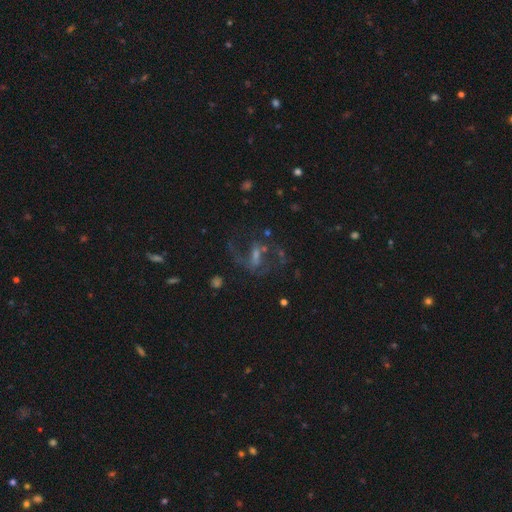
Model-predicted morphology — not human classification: A featured or disk galaxy (74%) with a weak bar (44%), 2 (84%) loose (46%) spiral arms (88%) and a small central bulge (37%). Merging: none (60%).